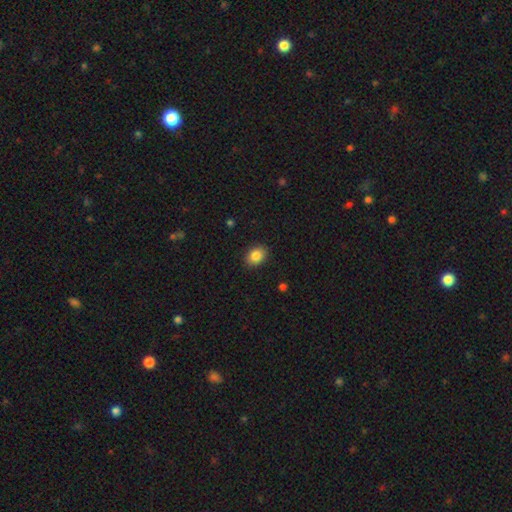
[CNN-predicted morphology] Smooth or featured?
  - smooth: 86% *
  - star or artifact: 8%
  - featured or disk: 6%
How rounded?
  - in between: 68% *
  - round: 31%
  - cigar-shaped: 1%
Merging?
  - none: 89% *
  - minor disturbance: 8%
  - major disturbance: 2%
  - merger: 1%